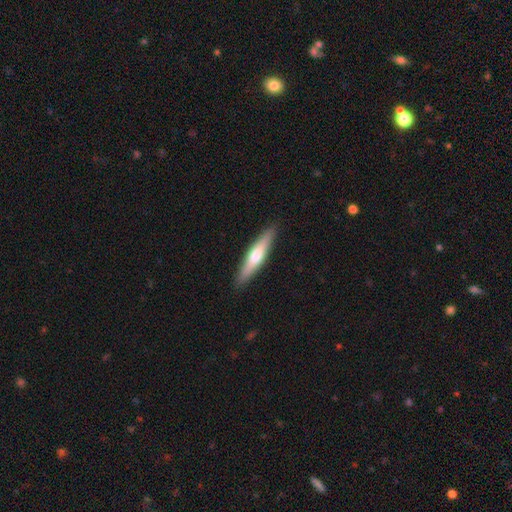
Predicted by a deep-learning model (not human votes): Smooth or featured? smooth (51%)
How rounded? cigar-shaped (88%)
Merging? none (91%)